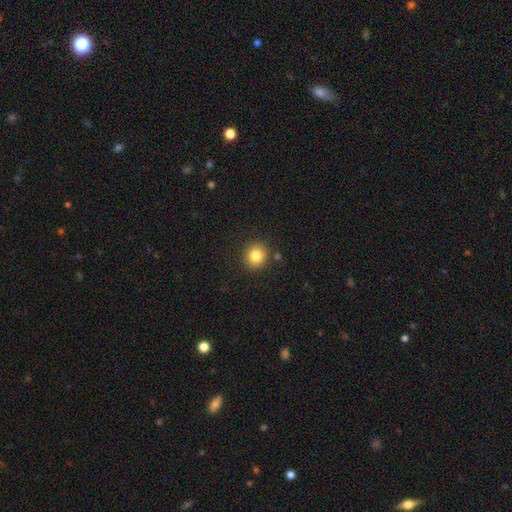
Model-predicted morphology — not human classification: smooth_or_featured: smooth (p=0.82) [alt: star or artifact p=0.11]
how_rounded: round (p=0.88) [alt: in between p=0.12]
merging: none (p=0.87) [alt: minor disturbance p=0.08]